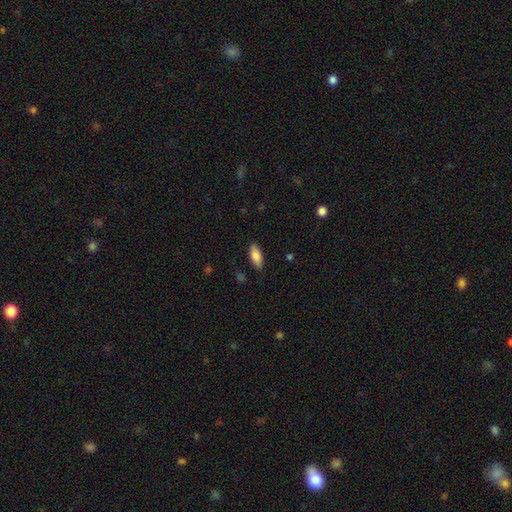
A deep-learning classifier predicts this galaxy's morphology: Smooth or featured? Predicted: smooth (p=0.85). How rounded? Predicted: in between (p=0.83). Merging? Predicted: none (p=0.85).